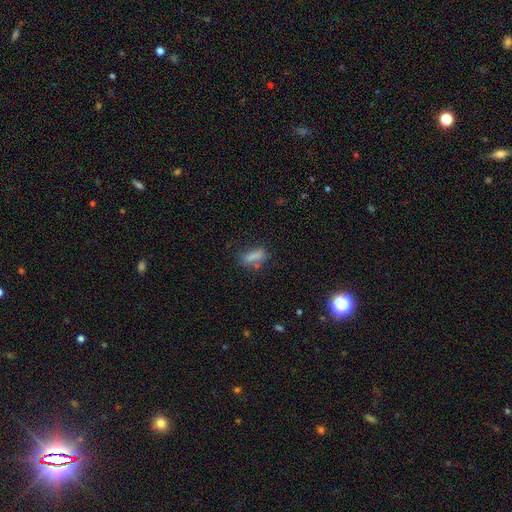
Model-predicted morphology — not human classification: Smooth or featured? Predicted: smooth (p=0.72). How rounded? Predicted: cigar-shaped (p=0.49). Merging? Predicted: none (p=0.68).